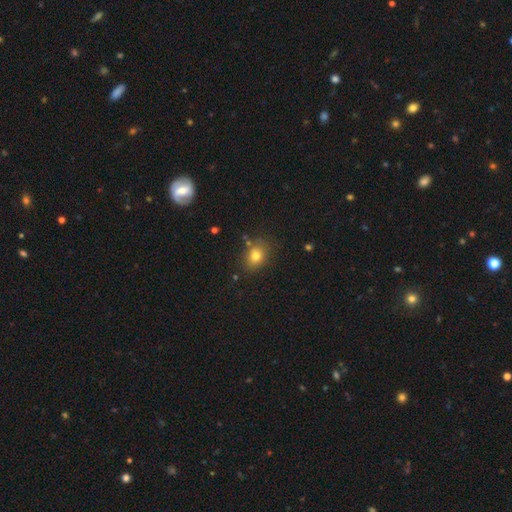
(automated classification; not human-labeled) A smooth galaxy with no disk features (78%) that is in between round and cigar-shaped (55%).

Vote fractions:
- Smooth or featured? smooth: 78% / star or artifact: 12% / featured or disk: 10%
- How rounded? in between: 55% / round: 44% / cigar-shaped: 1%
- Merging? none: 77% / minor disturbance: 14% / merger: 5% / major disturbance: 4%